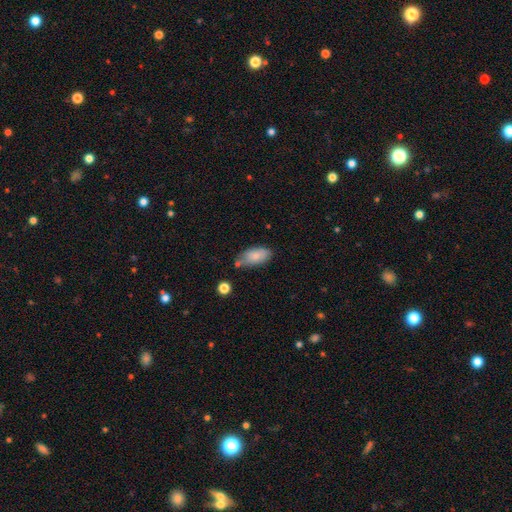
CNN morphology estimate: Smooth or featured? Predicted: smooth (p=0.80). How rounded? Predicted: in between (p=0.92). Merging? Predicted: none (p=0.58).